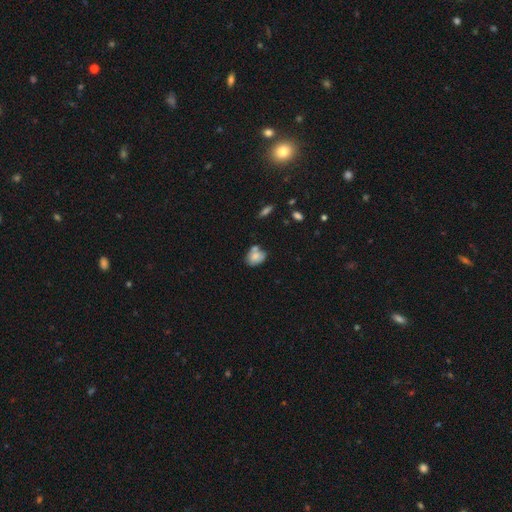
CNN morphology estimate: Smooth or featured? Predicted: smooth (p=0.72). How rounded? Predicted: in between (p=0.62). Merging? Predicted: none (p=0.48).